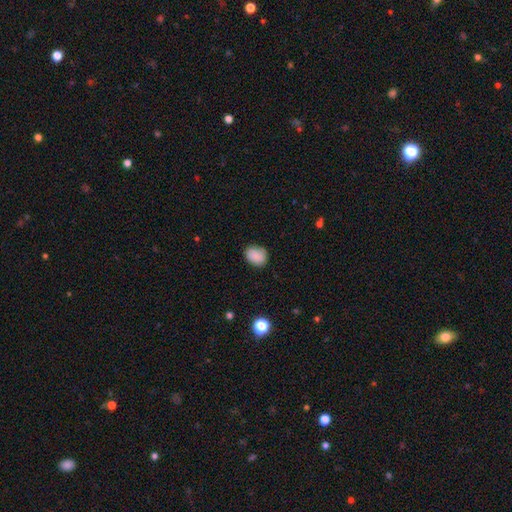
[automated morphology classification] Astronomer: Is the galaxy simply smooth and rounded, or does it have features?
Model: smooth — 87%.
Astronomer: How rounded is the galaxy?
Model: in between — 64%.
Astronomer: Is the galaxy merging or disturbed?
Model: none — 79%.